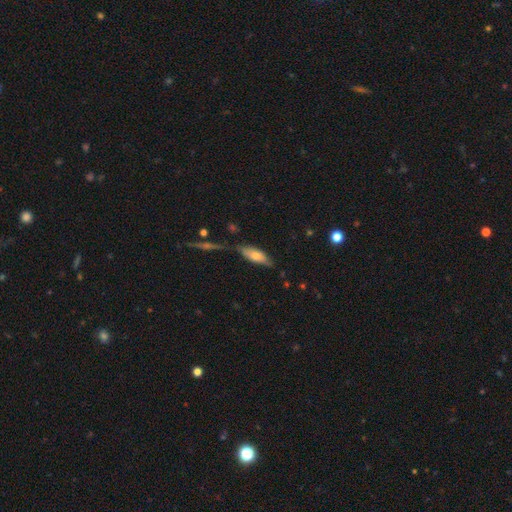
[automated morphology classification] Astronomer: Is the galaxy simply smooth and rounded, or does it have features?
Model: smooth — 64%.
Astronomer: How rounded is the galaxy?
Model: in between — 64%.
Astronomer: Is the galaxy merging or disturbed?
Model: none — 60%.